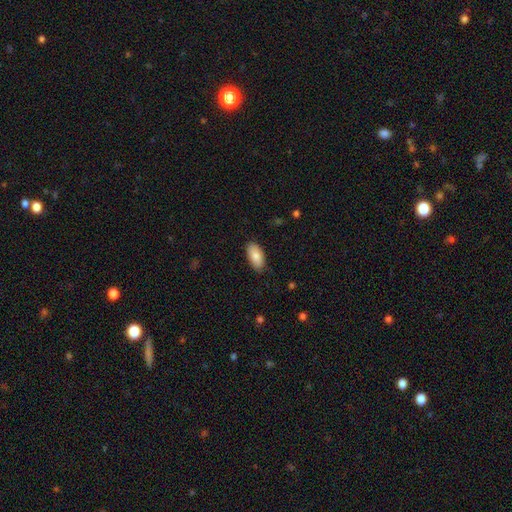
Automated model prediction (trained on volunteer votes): Morphology: type=smooth (83%); roundness=in between (94%); merging=none (85%).